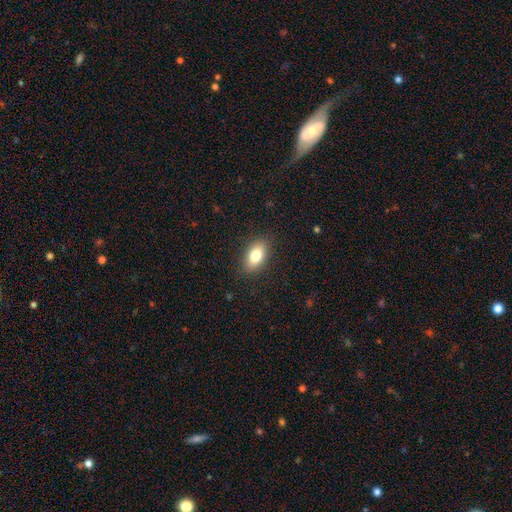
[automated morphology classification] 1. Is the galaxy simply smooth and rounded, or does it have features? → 79% smooth, 13% featured or disk, 8% star or artifact.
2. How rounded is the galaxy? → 88% in between, 6% round, 6% cigar-shaped.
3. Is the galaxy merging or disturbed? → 87% none, 9% minor disturbance, 3% major disturbance, 1% merger.